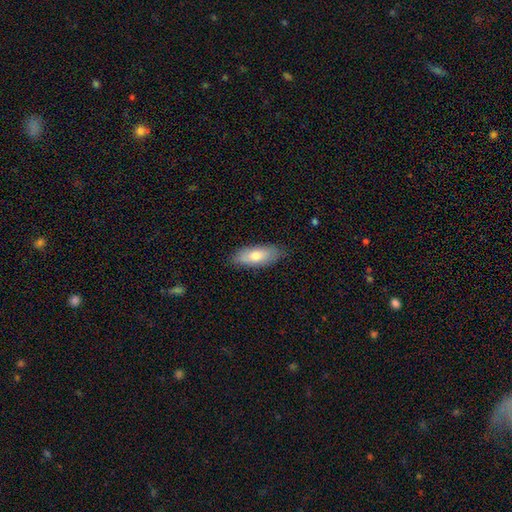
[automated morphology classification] Smooth or featured?
  - smooth: 71% *
  - featured or disk: 22%
  - star or artifact: 6%
How rounded?
  - in between: 77% *
  - cigar-shaped: 21%
  - round: 3%
Merging?
  - none: 83% *
  - minor disturbance: 13%
  - major disturbance: 2%
  - merger: 1%